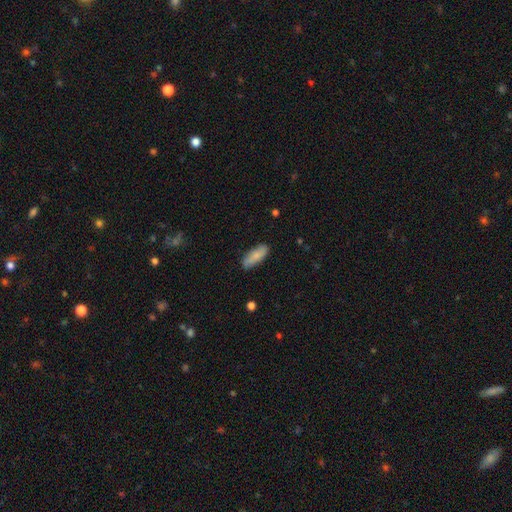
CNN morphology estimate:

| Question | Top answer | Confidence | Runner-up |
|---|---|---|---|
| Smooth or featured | smooth | 82% | featured or disk (12%) |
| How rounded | in between | 66% | cigar-shaped (32%) |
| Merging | none | 85% | minor disturbance (12%) |